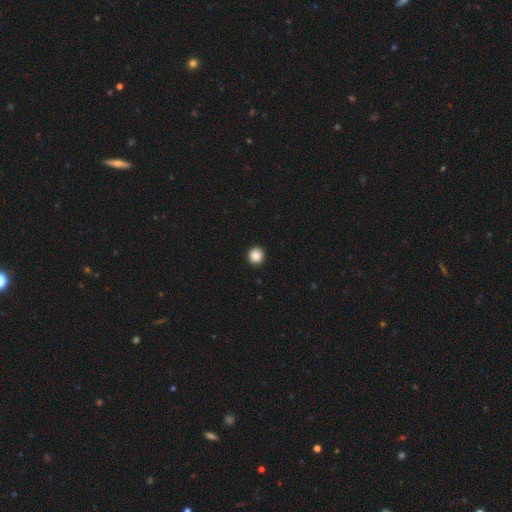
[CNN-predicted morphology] This is clearly a smooth galaxy (88%). How rounded: clearly round (95%). Merging: clearly none (94%).